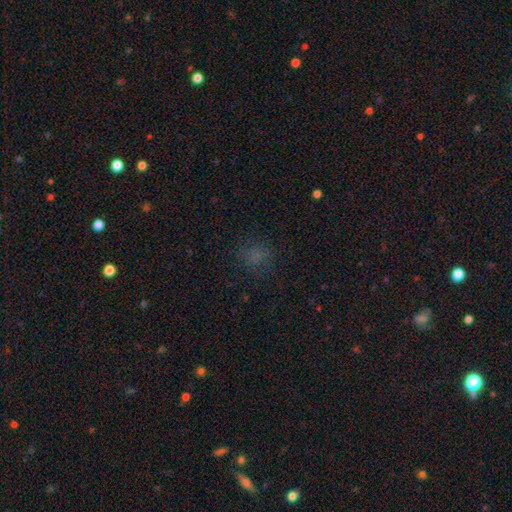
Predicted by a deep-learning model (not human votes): This is likely a smooth galaxy (66%). How rounded: likely round (76%). Merging: likely none (77%).